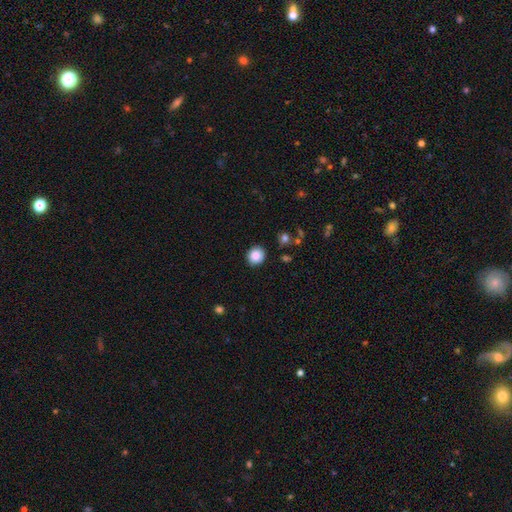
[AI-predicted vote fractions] Smooth or featured: smooth — 87% (star or artifact — 9%)
How rounded: round — 84% (in between — 15%)
Merging: none — 90% (minor disturbance — 7%)